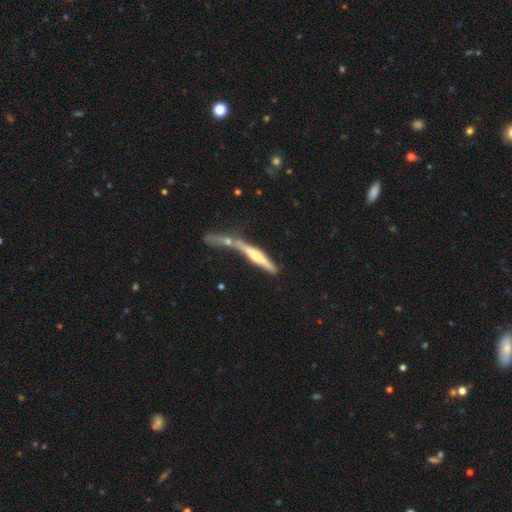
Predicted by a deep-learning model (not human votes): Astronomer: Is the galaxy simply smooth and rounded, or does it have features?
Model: featured or disk — 65%.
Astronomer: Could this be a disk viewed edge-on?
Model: yes — 92%.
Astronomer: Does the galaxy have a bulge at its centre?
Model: rounded — 77%.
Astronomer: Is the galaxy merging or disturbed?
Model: merger — 43% (runner-up: none, 39%).